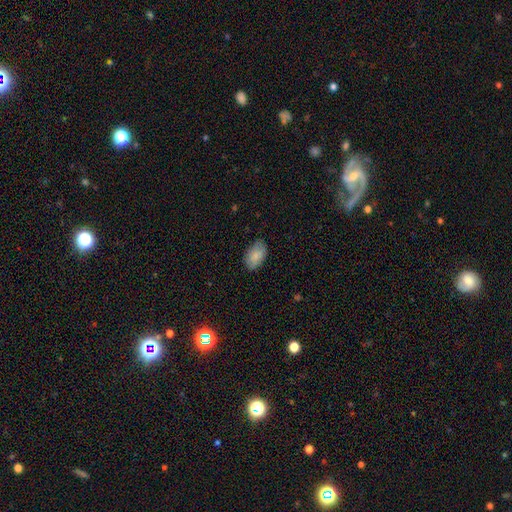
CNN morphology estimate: type=smooth (83%); roundness=in between (94%); merging=none (79%).